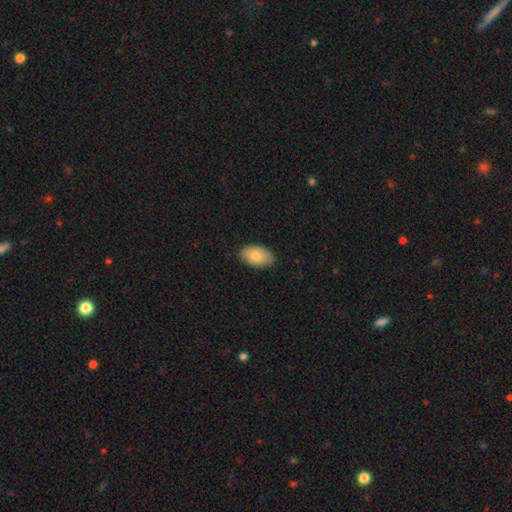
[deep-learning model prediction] smooth 82%, featured or disk 11%, star or artifact 6%. Down the decision tree: how rounded — in between (93%); merging — none (85%).